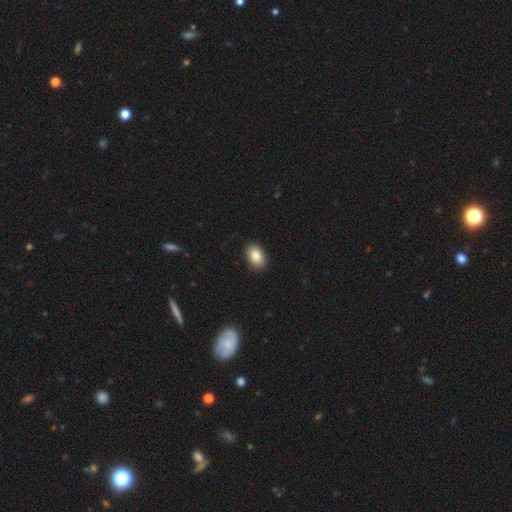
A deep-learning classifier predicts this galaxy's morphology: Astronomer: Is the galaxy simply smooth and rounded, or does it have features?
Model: smooth — 85%.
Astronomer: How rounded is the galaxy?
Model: in between — 84%.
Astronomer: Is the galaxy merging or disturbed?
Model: none — 89%.